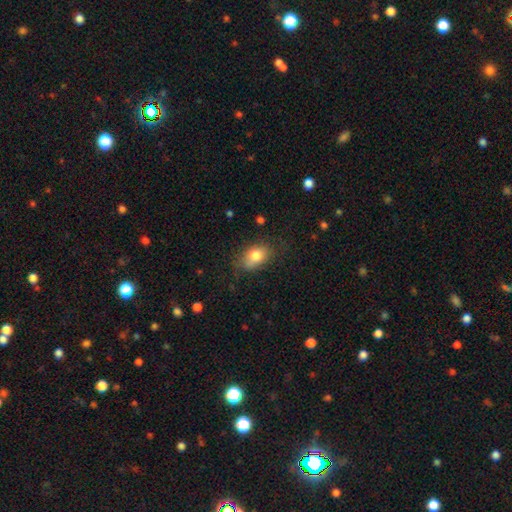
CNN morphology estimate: A smooth galaxy with no disk features (80%) that is in between round and cigar-shaped (85%). Merging: none (67%).